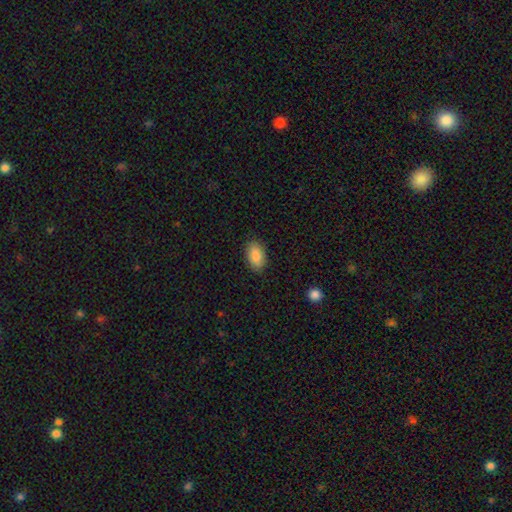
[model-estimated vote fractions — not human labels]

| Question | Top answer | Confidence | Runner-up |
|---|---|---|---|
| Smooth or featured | smooth | 88% | star or artifact (7%) |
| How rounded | in between | 93% | round (5%) |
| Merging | none | 87% | minor disturbance (9%) |